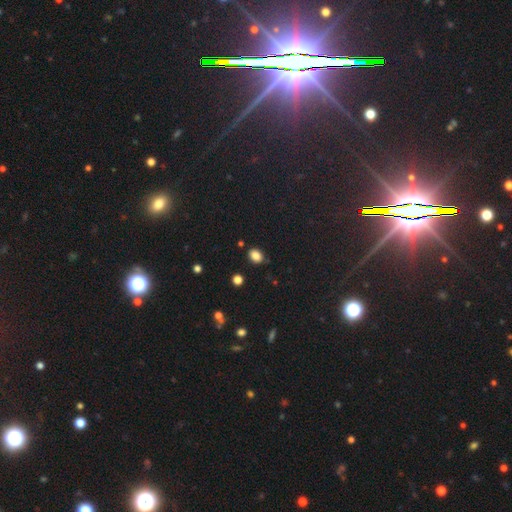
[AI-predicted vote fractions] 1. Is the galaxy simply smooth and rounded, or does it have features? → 84% smooth, 11% star or artifact, 5% featured or disk.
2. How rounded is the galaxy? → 68% in between, 31% round, 1% cigar-shaped.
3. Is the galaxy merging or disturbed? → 83% none, 12% minor disturbance, 3% merger, 3% major disturbance.